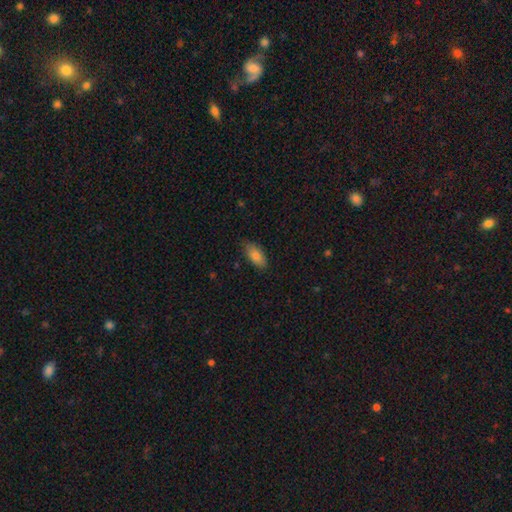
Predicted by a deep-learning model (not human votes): Smooth or featured: smooth — 83% (featured or disk — 10%)
How rounded: in between — 87% (cigar-shaped — 10%)
Merging: none — 81% (minor disturbance — 15%)